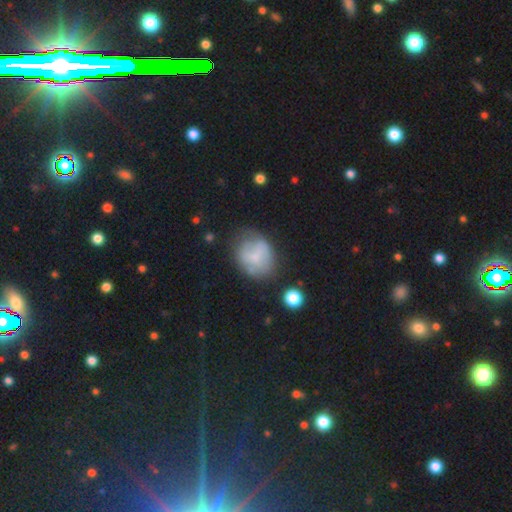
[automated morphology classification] smooth-or-featured: smooth: 55% | featured or disk: 36% | star or artifact: 10%
  how-rounded: round: 57% | in between: 42% | cigar-shaped: 1%
  merging: none: 48% | minor disturbance: 29% | major disturbance: 17% | merger: 6%